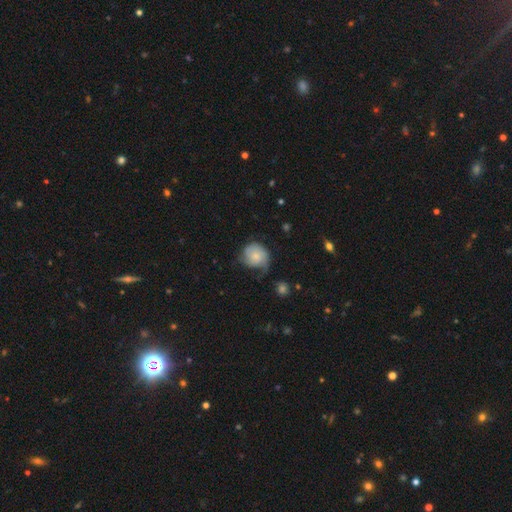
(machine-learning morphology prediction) A smooth galaxy with no disk features (58%) that is round (79%). Merging: none (39%).